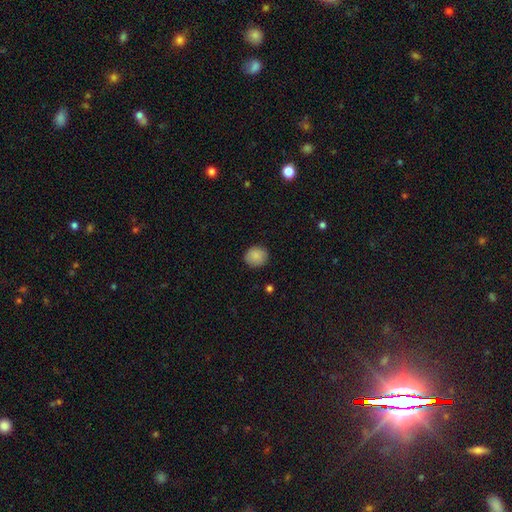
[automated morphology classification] A smooth galaxy with no disk features (87%) that is round (78%). Merging: none (87%).